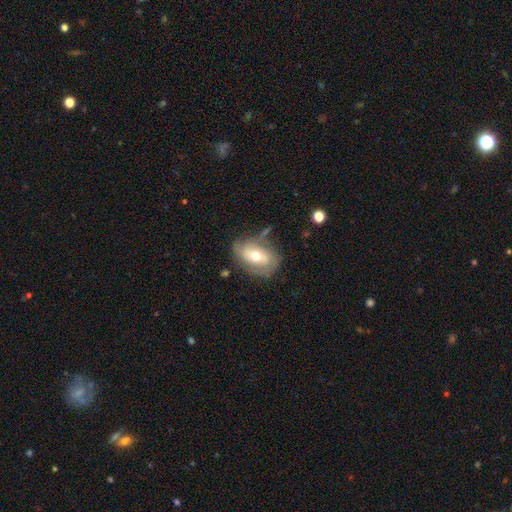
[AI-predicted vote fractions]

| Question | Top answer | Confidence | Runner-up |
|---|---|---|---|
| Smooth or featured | featured or disk | 48% | smooth (44%) |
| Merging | none | 61% | minor disturbance (24%) |